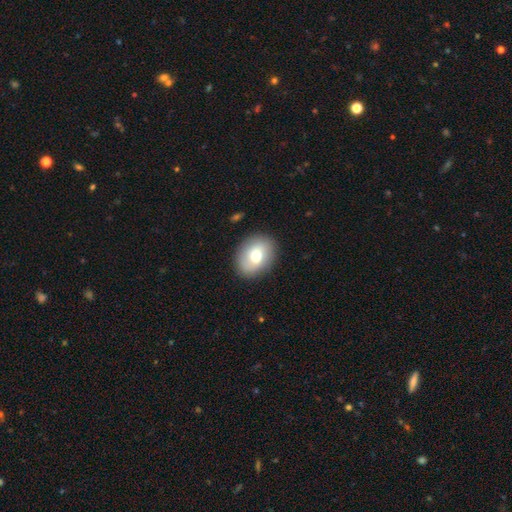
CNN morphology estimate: Overall: smooth (71%). How rounded: in between (64%; round 35%). Merging: none (87%).